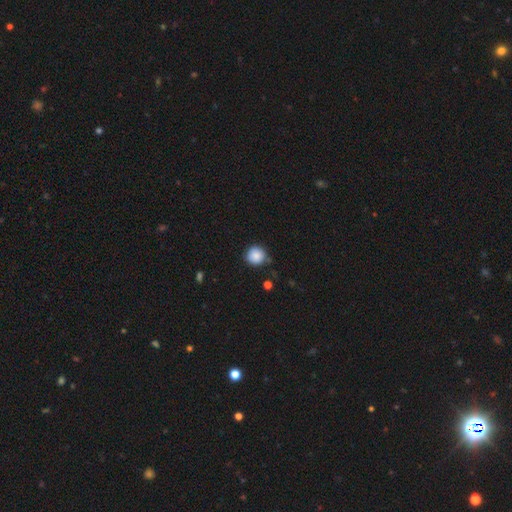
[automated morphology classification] A smooth galaxy with no disk features (86%) that is round (91%).

Vote fractions:
- Smooth or featured? smooth: 86% / star or artifact: 9% / featured or disk: 6%
- How rounded? round: 91% / in between: 8% / cigar-shaped: 1%
- Merging? none: 79% / minor disturbance: 15% / major disturbance: 3% / merger: 3%